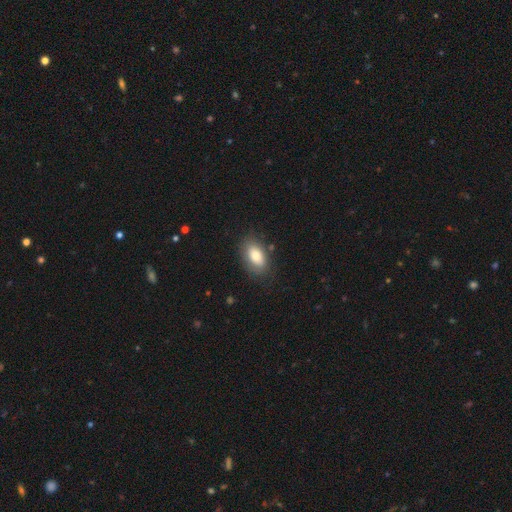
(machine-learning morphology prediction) smooth_or_featured: smooth (p=0.78) [alt: featured or disk p=0.14]
how_rounded: in between (p=0.91) [alt: round p=0.07]
merging: none (p=0.77) [alt: minor disturbance p=0.16]